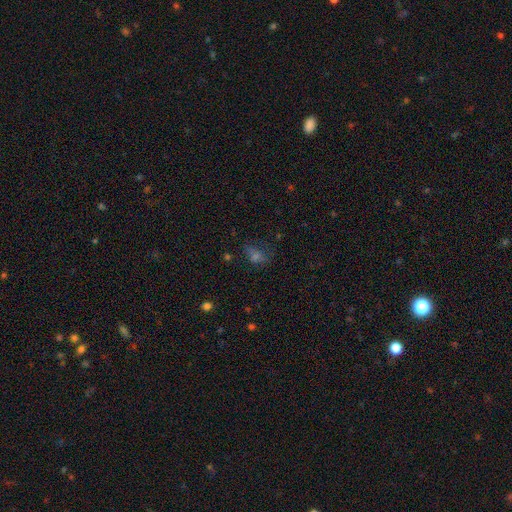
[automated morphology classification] smooth-or-featured: smooth: 43% | star or artifact: 37% | featured or disk: 21%
  merging: none: 49% | major disturbance: 24% | minor disturbance: 22% | merger: 5%